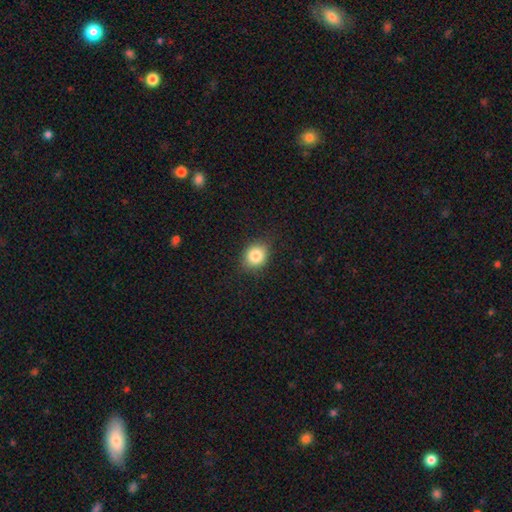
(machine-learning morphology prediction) smooth-or-featured: smooth: 83% | star or artifact: 10% | featured or disk: 7%
  how-rounded: round: 59% | in between: 40% | cigar-shaped: 1%
  merging: none: 82% | minor disturbance: 14% | major disturbance: 3% | merger: 1%